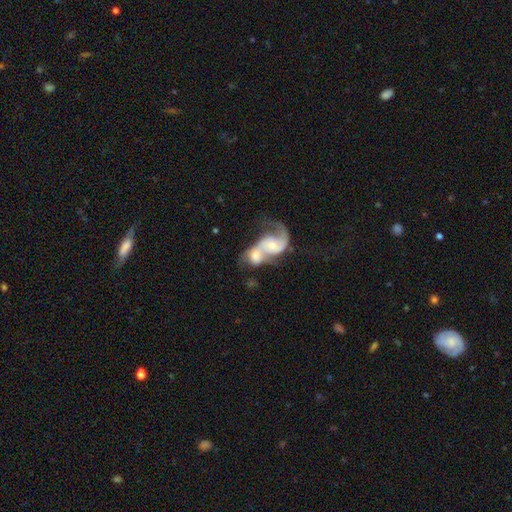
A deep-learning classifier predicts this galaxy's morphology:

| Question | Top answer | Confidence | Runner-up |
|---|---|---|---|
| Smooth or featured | featured or disk | 71% | smooth (23%) |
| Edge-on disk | no | 97% | yes (3%) |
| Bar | no | 63% | weak (29%) |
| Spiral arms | yes | 85% | no (15%) |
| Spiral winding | loose | 48% | medium (38%) |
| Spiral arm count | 2 | 67% | 1 (20%) |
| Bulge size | moderate | 50% | small (39%) |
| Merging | merger | 80% | none (9%) |